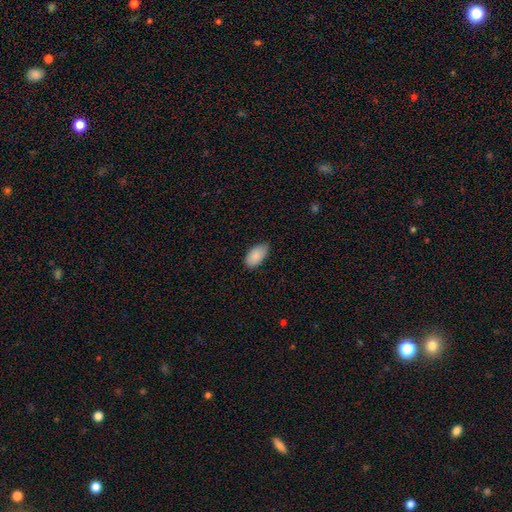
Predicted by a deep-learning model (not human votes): smooth 89%, star or artifact 6%, featured or disk 5%. Down the decision tree: how rounded — in between (95%); merging — none (72%).